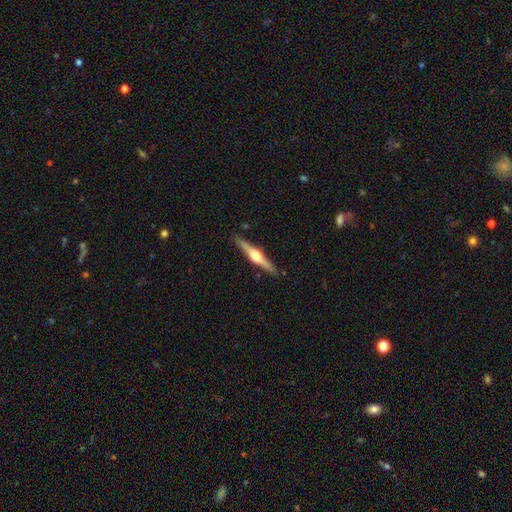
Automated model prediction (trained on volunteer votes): smooth-or-featured: featured or disk: 75% | smooth: 20% | star or artifact: 5%
  disk-edge-on: yes: 98% | no: 2%
    edge-on-bulge: rounded: 96% | boxy: 3% | none: 2%
  merging: none: 90% | minor disturbance: 8% | merger: 1% | major disturbance: 1%